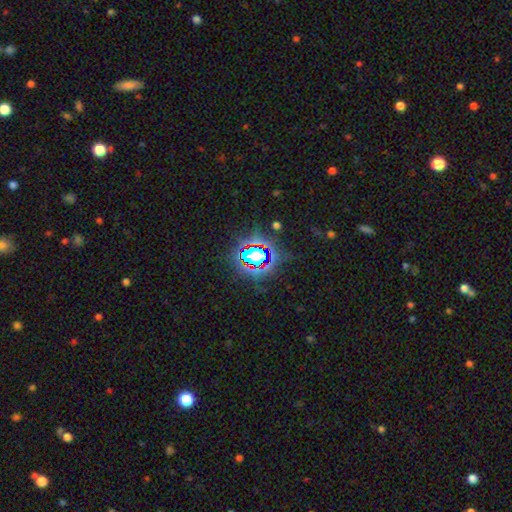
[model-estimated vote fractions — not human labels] This appears to be a star or artifact, not a galaxy (73%).